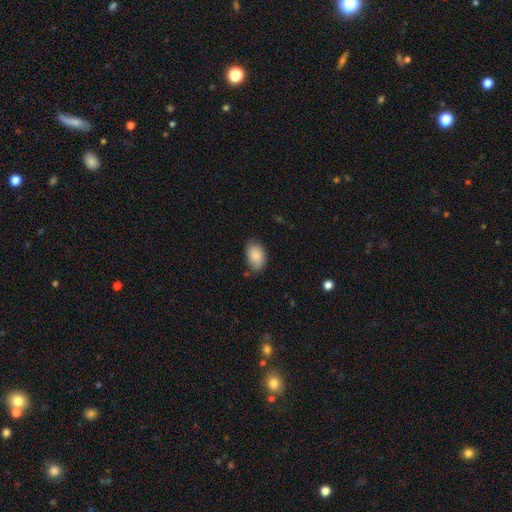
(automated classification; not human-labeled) smooth_or_featured: smooth (p=0.86) [alt: featured or disk p=0.08]
how_rounded: in between (p=0.89) [alt: round p=0.10]
merging: none (p=0.71) [alt: minor disturbance p=0.23]